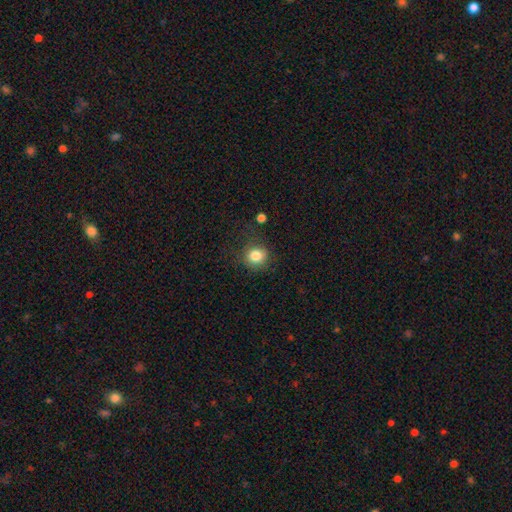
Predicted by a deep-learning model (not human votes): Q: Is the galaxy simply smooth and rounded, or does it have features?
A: smooth — 83%.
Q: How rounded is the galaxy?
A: round — 85%.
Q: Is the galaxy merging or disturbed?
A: none — 77%.